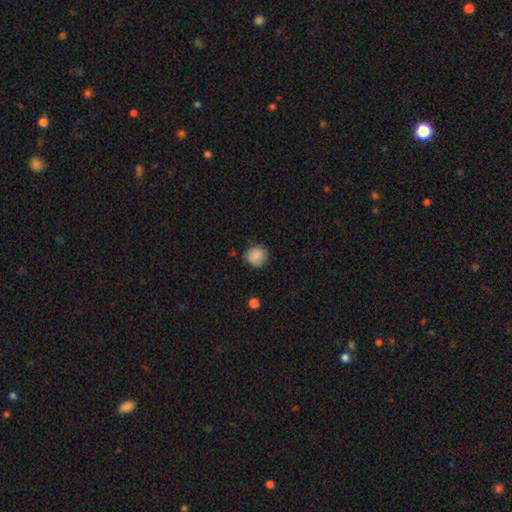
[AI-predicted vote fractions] Q: Smooth or featured?
A: smooth (87%); runner-up: star or artifact (8%)
Q: How rounded?
A: round (86%); runner-up: in between (13%)
Q: Merging?
A: none (79%); runner-up: minor disturbance (15%)